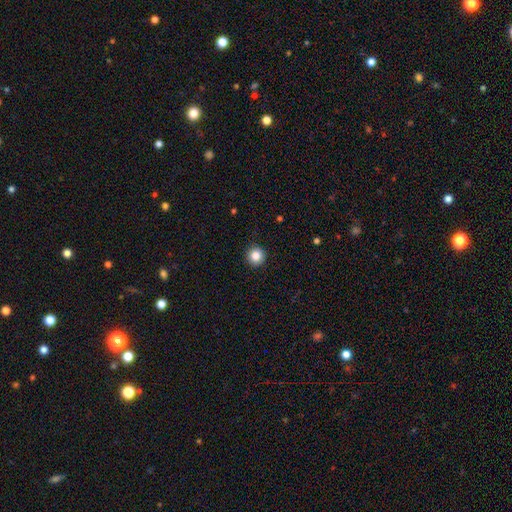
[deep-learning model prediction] Overall: smooth (85%). How rounded: round (95%). Merging: none (92%).